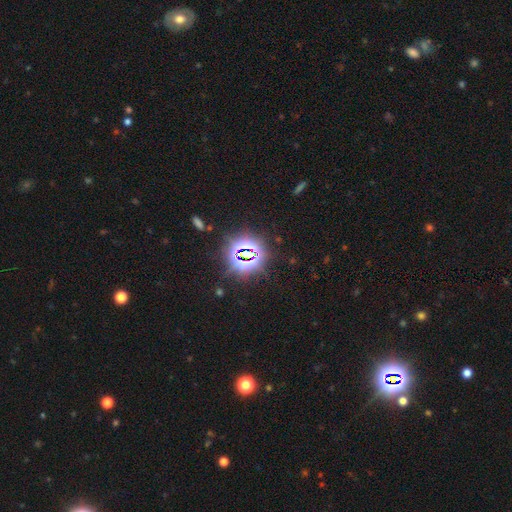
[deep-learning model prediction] A star or artifact, not a galaxy (79%).